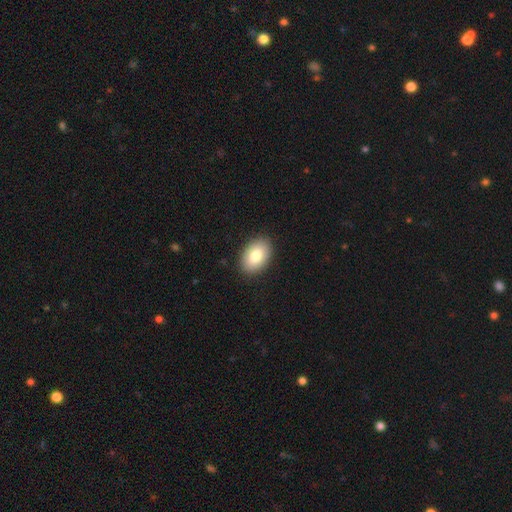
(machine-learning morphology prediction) smooth-or-featured: smooth: 81% | featured or disk: 12% | star or artifact: 7%
  how-rounded: in between: 86% | round: 13% | cigar-shaped: 1%
  merging: none: 89% | minor disturbance: 8% | major disturbance: 2% | merger: 1%